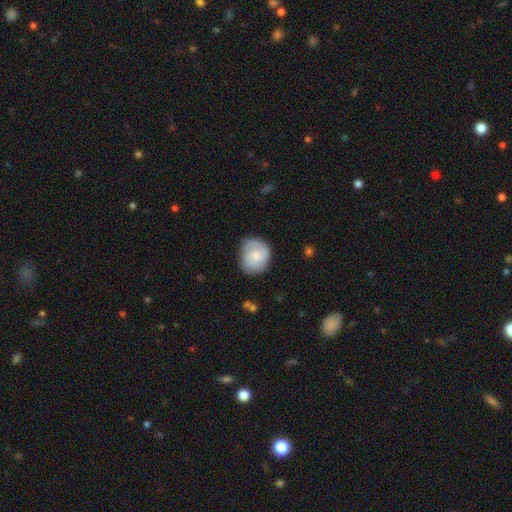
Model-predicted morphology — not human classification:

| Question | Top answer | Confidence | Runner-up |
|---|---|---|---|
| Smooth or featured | featured or disk | 54% | smooth (39%) |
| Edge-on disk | no | 98% | yes (2%) |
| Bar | no | 65% | weak (31%) |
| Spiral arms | yes | 91% | no (9%) |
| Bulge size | small | 42% | moderate (37%) |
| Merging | none | 74% | minor disturbance (19%) |